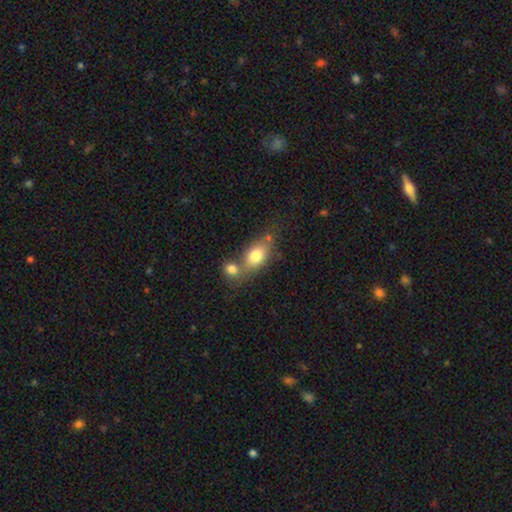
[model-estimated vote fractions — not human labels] Q: Smooth or featured?
A: smooth (76%); runner-up: featured or disk (16%)
Q: How rounded?
A: in between (72%); runner-up: round (23%)
Q: Merging?
A: merger (47%); runner-up: none (37%)